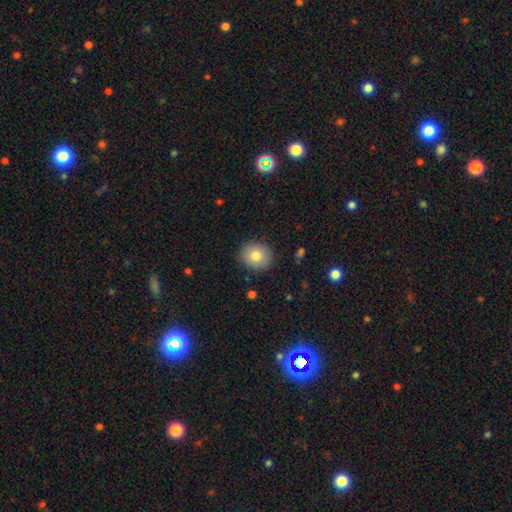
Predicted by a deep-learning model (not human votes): Q: Smooth or featured?
A: smooth (79%); runner-up: featured or disk (11%)
Q: How rounded?
A: round (80%); runner-up: in between (19%)
Q: Merging?
A: none (88%); runner-up: minor disturbance (8%)